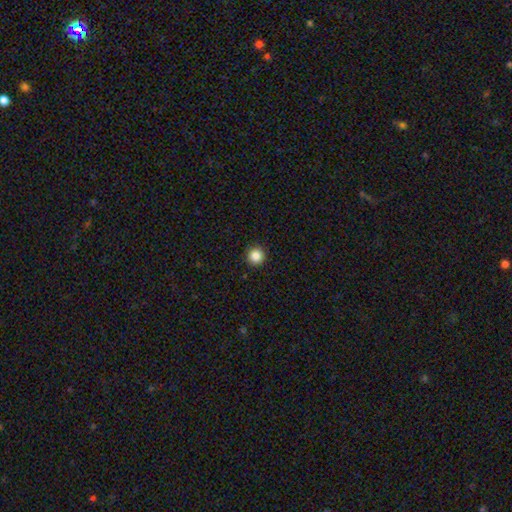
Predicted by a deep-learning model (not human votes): smooth-or-featured: smooth: 86% | star or artifact: 10% | featured or disk: 4%
  how-rounded: round: 96% | in between: 3% | cigar-shaped: 1%
  merging: none: 93% | minor disturbance: 4% | major disturbance: 2% | merger: 1%